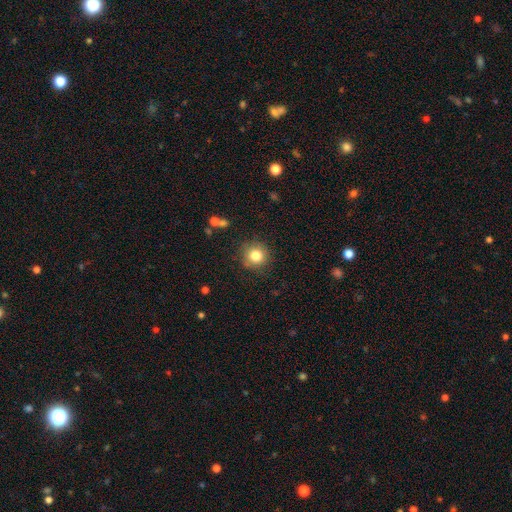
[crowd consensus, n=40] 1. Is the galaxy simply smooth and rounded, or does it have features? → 85% smooth, 10% star or artifact, 5% featured or disk.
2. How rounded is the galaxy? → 91% round, 9% in between, 0% cigar-shaped.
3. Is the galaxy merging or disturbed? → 83% none, 11% minor disturbance, 3% major disturbance, 3% merger.